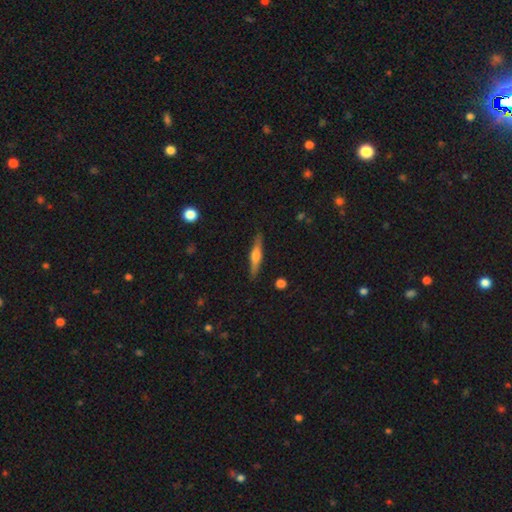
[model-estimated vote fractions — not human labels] Morphology: type=featured or disk (55%); edge-on=yes (96%); edge-on bulge=rounded (85%); merging=none (88%).